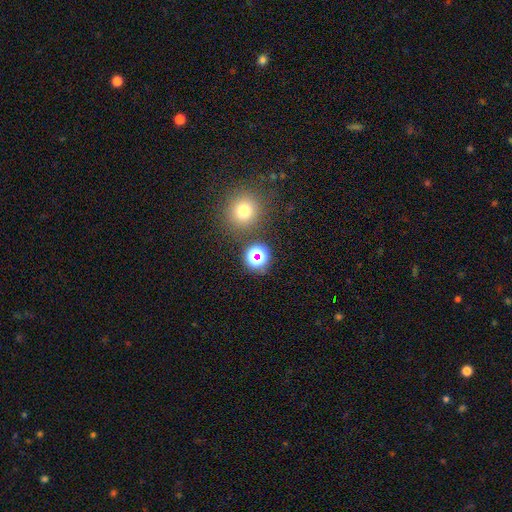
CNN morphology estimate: Smooth or featured? smooth (47%)
Merging? none (79%)